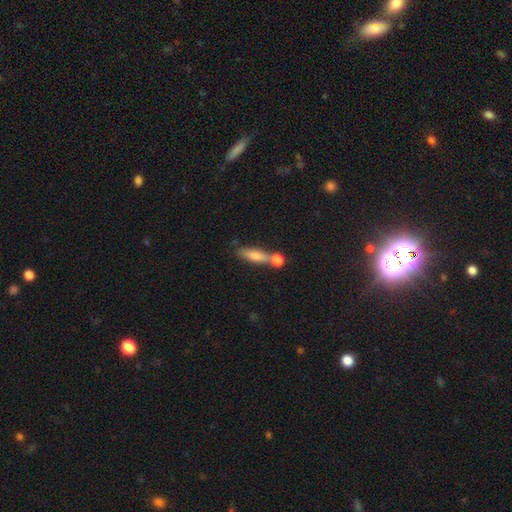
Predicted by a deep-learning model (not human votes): A smooth galaxy with no disk features (65%) that is cigar-shaped (63%).

Vote fractions:
- Smooth or featured? smooth: 65% / featured or disk: 25% / star or artifact: 11%
- How rounded? cigar-shaped: 63% / in between: 33% / round: 4%
- Merging? none: 60% / merger: 23% / minor disturbance: 13% / major disturbance: 4%